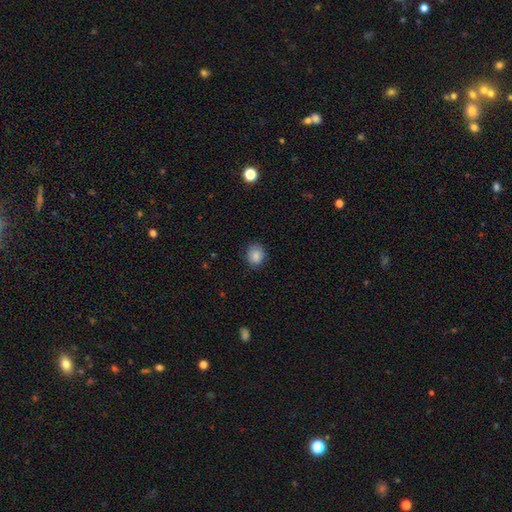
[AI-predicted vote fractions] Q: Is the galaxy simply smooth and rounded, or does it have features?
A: smooth — 86%.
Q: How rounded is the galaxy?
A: round — 62%.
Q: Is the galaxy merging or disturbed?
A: none — 81%.